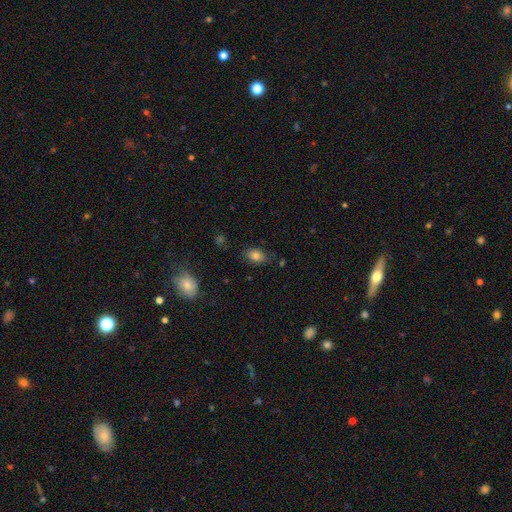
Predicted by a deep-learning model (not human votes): smooth 80%, star or artifact 11%, featured or disk 9%. Down the decision tree: how rounded — in between (82%); merging — none (78%).